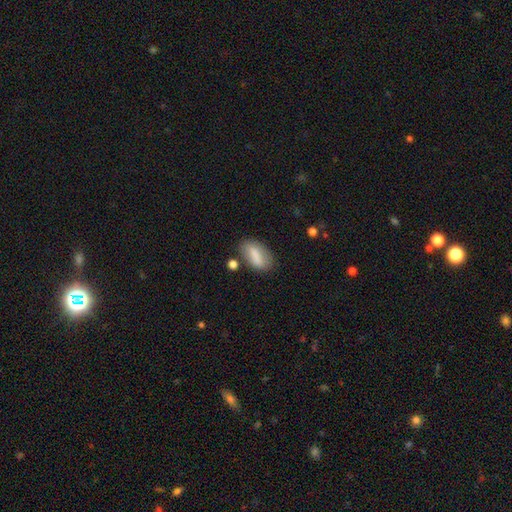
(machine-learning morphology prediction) smooth 76%, featured or disk 16%, star or artifact 8%. Down the decision tree: how rounded — in between (85%); merging — none (68%).